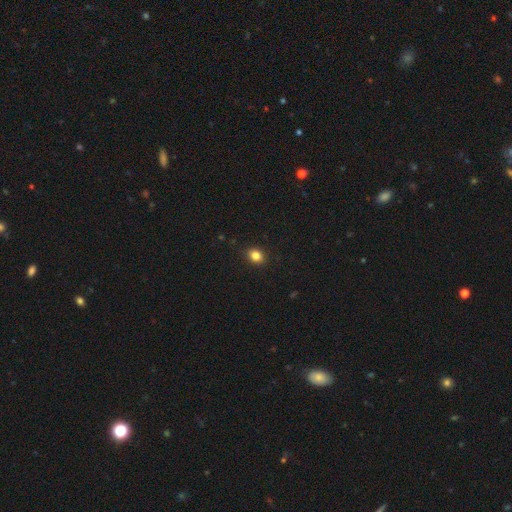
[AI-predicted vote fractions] A smooth galaxy with no disk features (84%) that is in between round and cigar-shaped (51%). Merging: none (90%).